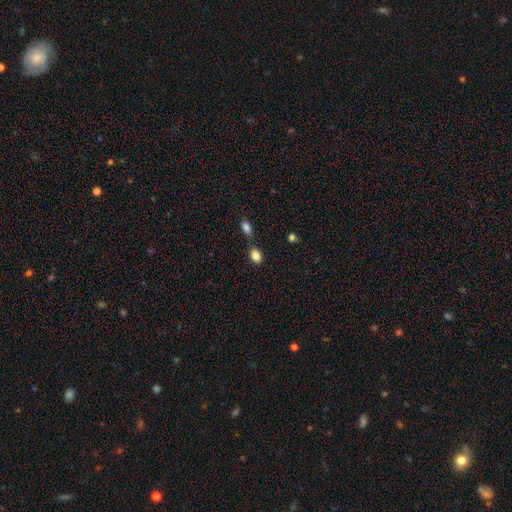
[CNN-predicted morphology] A smooth galaxy with no disk features (86%) that is in between round and cigar-shaped (82%). Merging: none (68%).